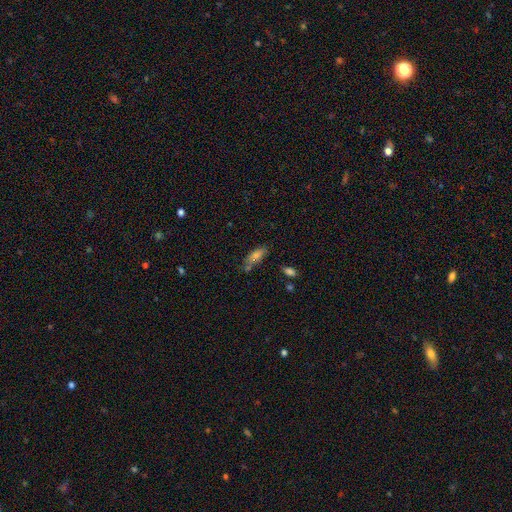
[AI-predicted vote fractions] The model was most divided on "how rounded": in between: 56%, cigar-shaped: 41%, round: 3%. More confident: smooth or featured — smooth (63%); merging — none (62%).